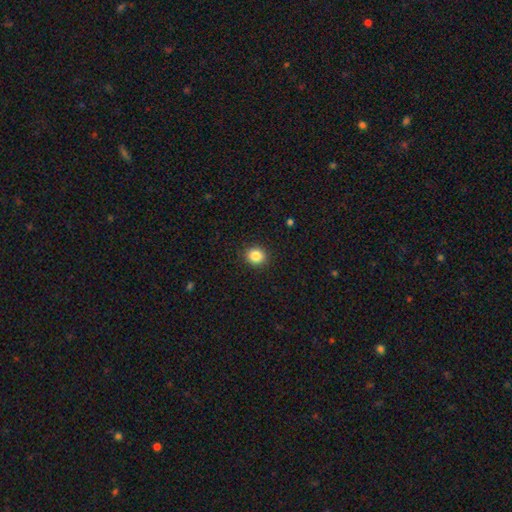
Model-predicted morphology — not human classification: Q: Smooth or featured?
A: smooth (86%); runner-up: star or artifact (10%)
Q: How rounded?
A: round (82%); runner-up: in between (17%)
Q: Merging?
A: none (91%); runner-up: minor disturbance (6%)